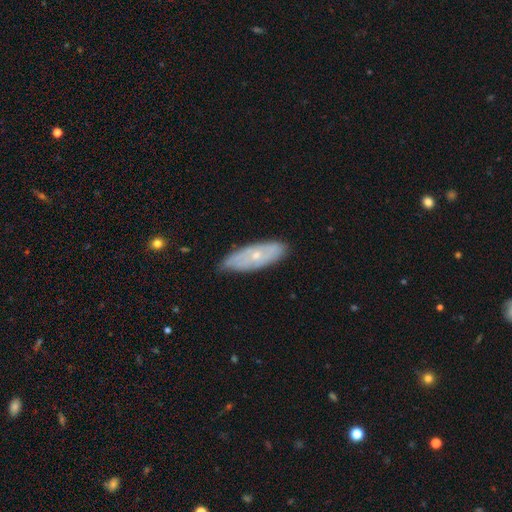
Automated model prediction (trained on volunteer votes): smooth_or_featured: featured or disk (p=0.51) [alt: smooth p=0.42]
disk_edge_on: no (p=0.76) [alt: yes p=0.24]
merging: none (p=0.73) [alt: minor disturbance p=0.22]